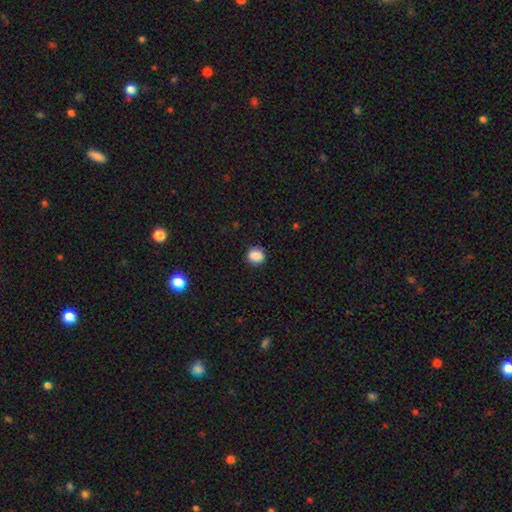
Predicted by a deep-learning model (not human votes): Overall: smooth (88%). How rounded: round (77%). Merging: none (88%).